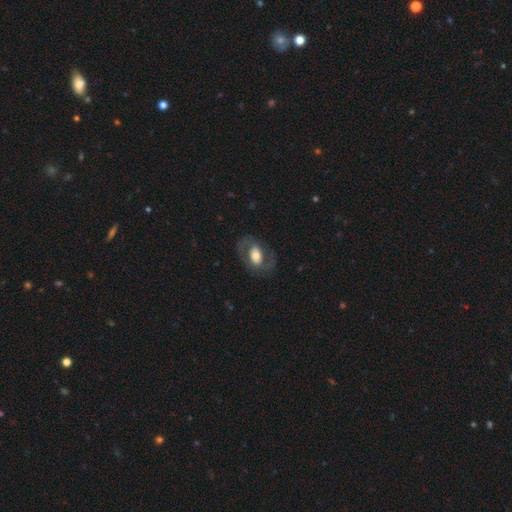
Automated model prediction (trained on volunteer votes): Smooth or featured?
  - featured or disk: 61% *
  - smooth: 33%
  - star or artifact: 6%
Edge-on disk?
  - no: 95% *
  - yes: 5%
Bar?
  - no: 49% *
  - weak: 33%
  - strong: 19%
Spiral arms?
  - yes: 65% *
  - no: 35%
Bulge size?
  - moderate: 47% *
  - large: 34%
  - small: 13%
  - dominant: 4%
  - none: 2%
Merging?
  - none: 73% *
  - minor disturbance: 13%
  - major disturbance: 12%
  - merger: 1%